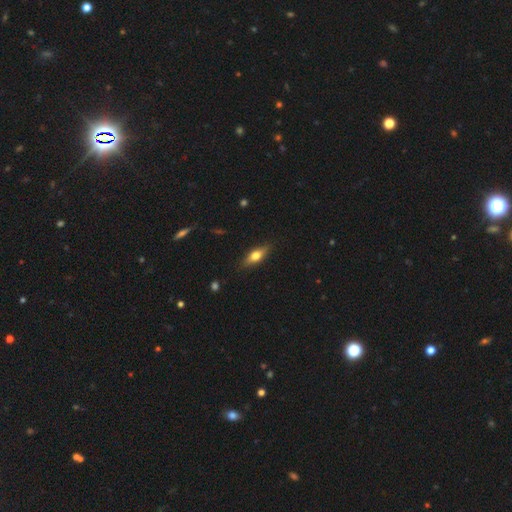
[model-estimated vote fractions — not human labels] Q: Smooth or featured?
A: smooth (60%); runner-up: featured or disk (34%)
Q: How rounded?
A: in between (61%); runner-up: cigar-shaped (35%)
Q: Merging?
A: none (86%); runner-up: minor disturbance (11%)